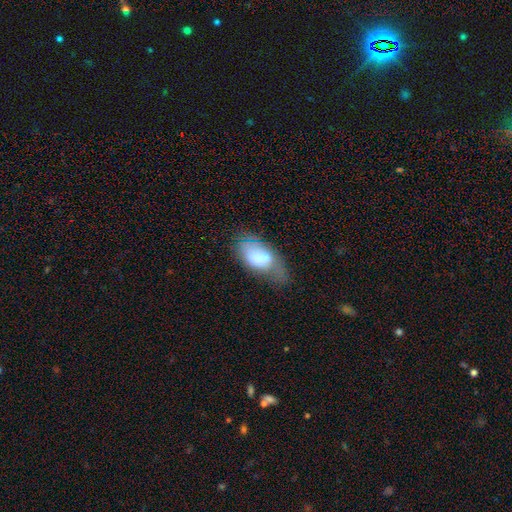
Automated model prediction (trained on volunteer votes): Q: Smooth or featured?
A: smooth (60%); runner-up: featured or disk (31%)
Q: How rounded?
A: in between (91%); runner-up: cigar-shaped (5%)
Q: Merging?
A: none (36%); runner-up: minor disturbance (35%)